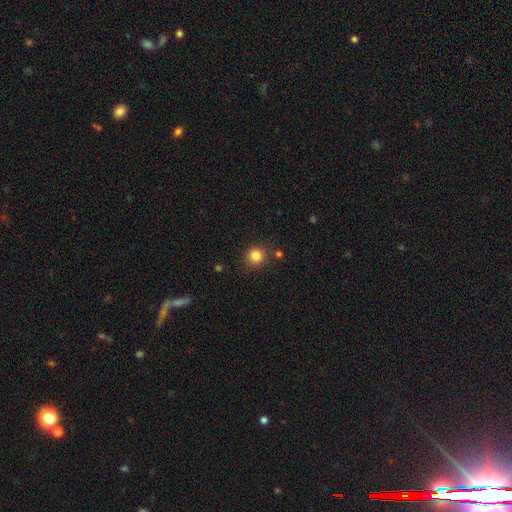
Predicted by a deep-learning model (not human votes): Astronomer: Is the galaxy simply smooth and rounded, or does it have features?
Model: smooth — 84%.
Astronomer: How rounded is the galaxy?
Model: round — 92%.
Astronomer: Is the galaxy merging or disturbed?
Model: none — 86%.